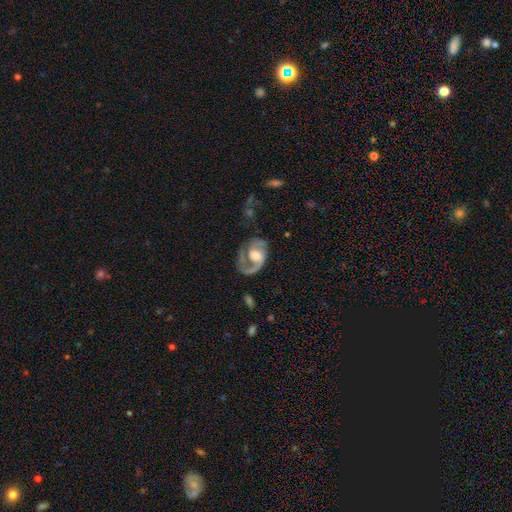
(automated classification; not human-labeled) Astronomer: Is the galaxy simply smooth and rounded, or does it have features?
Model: featured or disk — 83%.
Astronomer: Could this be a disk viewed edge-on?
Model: no — 97%.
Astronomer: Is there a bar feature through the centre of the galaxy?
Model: no — 51% (runner-up: weak, 38%).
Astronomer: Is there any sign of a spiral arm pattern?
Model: yes — 93%.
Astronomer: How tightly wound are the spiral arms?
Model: medium — 49% (runner-up: loose, 27%).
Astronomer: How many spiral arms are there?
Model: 2 — 58%.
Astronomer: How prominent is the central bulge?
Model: moderate — 52% (runner-up: large, 27%).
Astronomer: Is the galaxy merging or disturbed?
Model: none — 48% (runner-up: major disturbance, 29%).